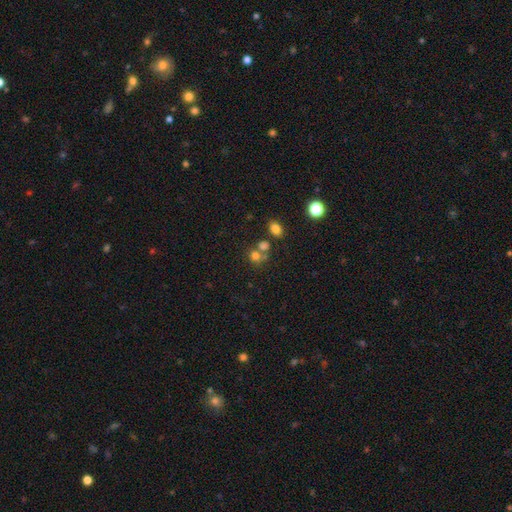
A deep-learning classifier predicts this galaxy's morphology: smooth 72%, star or artifact 17%, featured or disk 11%. Down the decision tree: how rounded — round (74%); merging — none (47%).